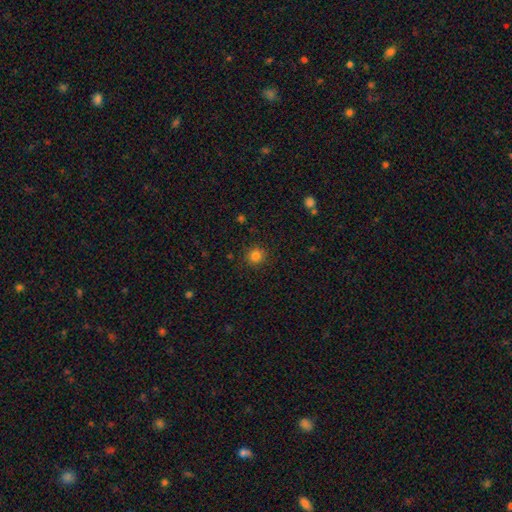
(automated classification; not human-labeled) A smooth galaxy with no disk features (84%) that is round (92%). Merging: none (89%).